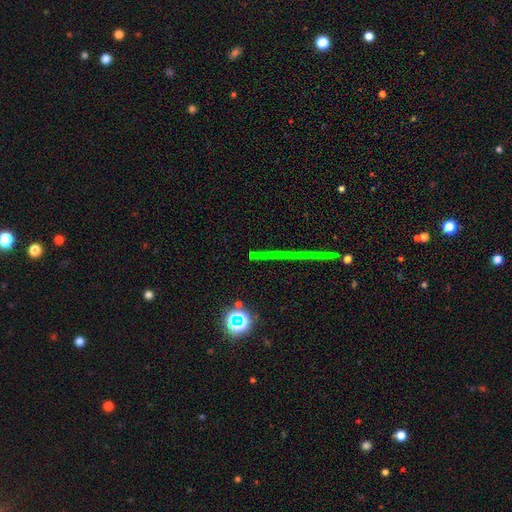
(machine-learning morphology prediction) Smooth or featured? Predicted: star or artifact (p=0.78).